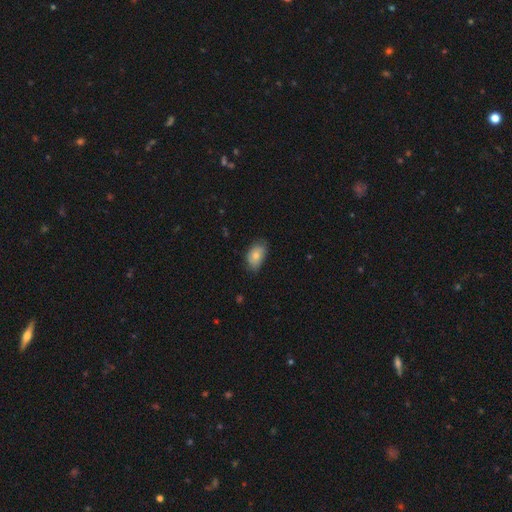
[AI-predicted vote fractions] Morphology: type=smooth (81%); roundness=in between (89%); merging=none (68%).